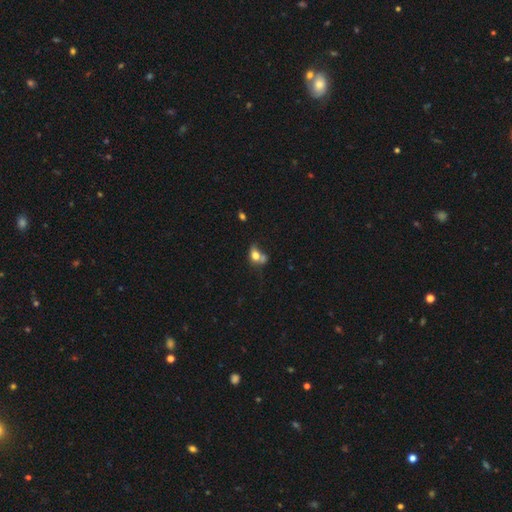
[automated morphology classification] Q: Smooth or featured?
A: smooth (70%); runner-up: featured or disk (19%)
Q: How rounded?
A: in between (64%); runner-up: round (34%)
Q: Merging?
A: merger (38%); runner-up: none (25%)